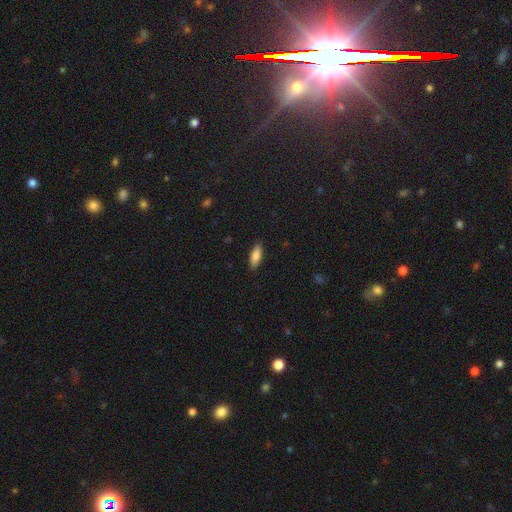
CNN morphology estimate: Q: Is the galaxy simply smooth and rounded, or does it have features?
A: smooth — 82%.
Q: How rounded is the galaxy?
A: in between — 68%.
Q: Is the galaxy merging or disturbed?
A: none — 88%.